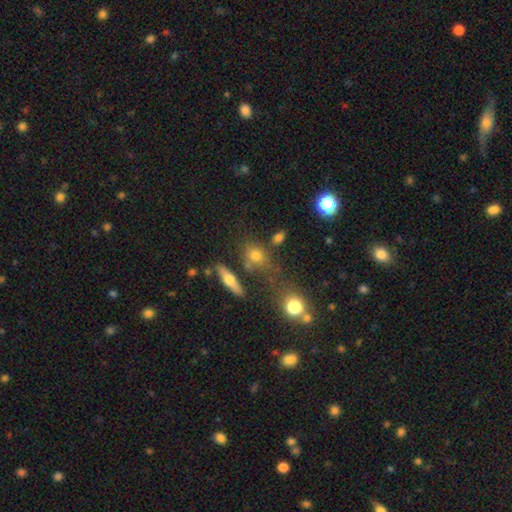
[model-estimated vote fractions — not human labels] A smooth galaxy with no disk features (69%) that is round (48%). Merging: none (60%).